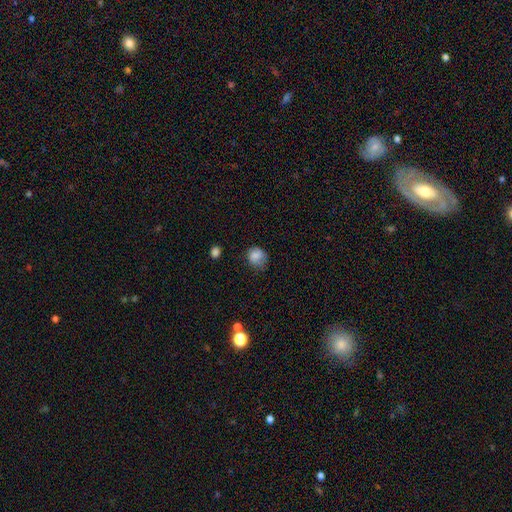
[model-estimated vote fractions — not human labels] Smooth or featured?
  - smooth: 84% *
  - star or artifact: 10%
  - featured or disk: 6%
How rounded?
  - round: 72% *
  - in between: 27%
  - cigar-shaped: 1%
Merging?
  - none: 59% *
  - minor disturbance: 31%
  - major disturbance: 9%
  - merger: 2%